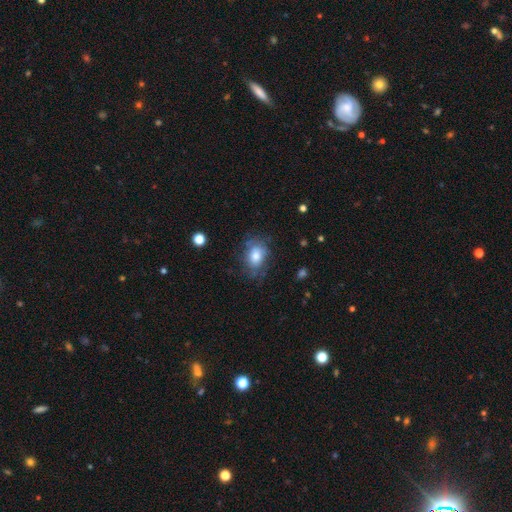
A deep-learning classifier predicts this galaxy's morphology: Smooth or featured? smooth (68%)
How rounded? in between (68%)
Merging? none (63%)